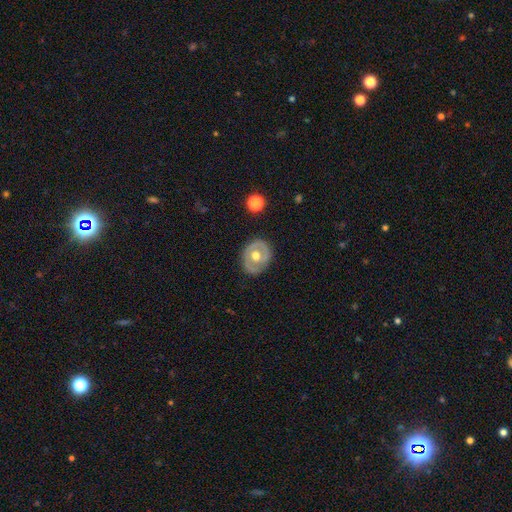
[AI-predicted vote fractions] featured or disk 56%, smooth 39%, star or artifact 6%. Down the decision tree: edge-on disk — no (94%); bar — no (83%); spiral arms — no (80%); bulge size — moderate (74%); merging — none (83%).